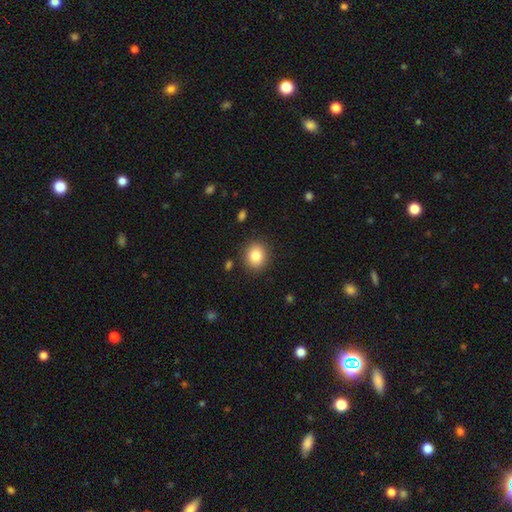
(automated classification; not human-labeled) Morphology: type=smooth (83%); roundness=round (75%); merging=none (89%).